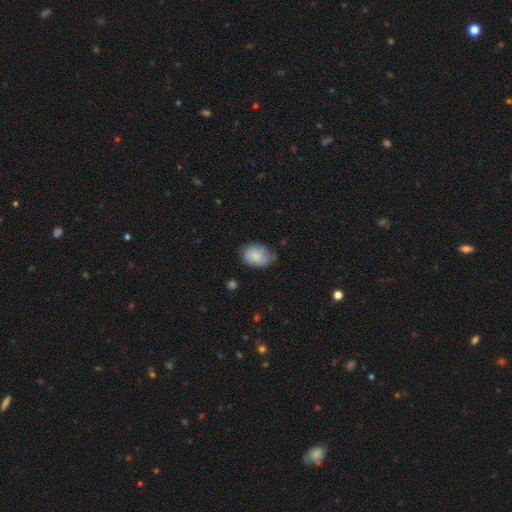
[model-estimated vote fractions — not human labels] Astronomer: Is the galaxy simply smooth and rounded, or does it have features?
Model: smooth — 80%.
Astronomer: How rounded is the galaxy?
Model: in between — 74%.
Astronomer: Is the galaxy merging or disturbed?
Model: none — 61%.